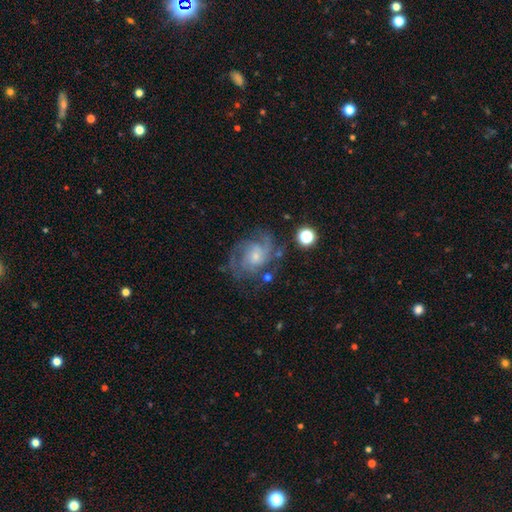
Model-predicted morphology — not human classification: Smooth or featured: featured or disk — 80% (smooth — 12%)
Edge-on disk: no — 98% (yes — 2%)
Bar: no — 71% (weak — 25%)
Spiral arms: yes — 93% (no — 7%)
Spiral winding: tight — 44% (medium — 42%)
Spiral arm count: can't tell — 29% (3 — 25%)
Bulge size: small — 69% (moderate — 23%)
Merging: none — 62% (minor disturbance — 20%)